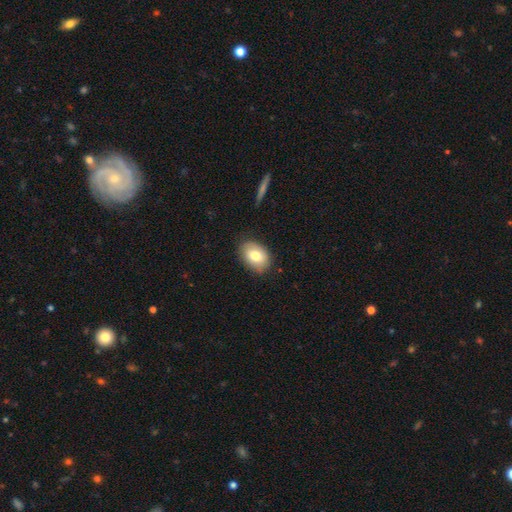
A smooth galaxy with no disk features (73%) that is in between round and cigar-shaped (89%). Merging: none (77%).